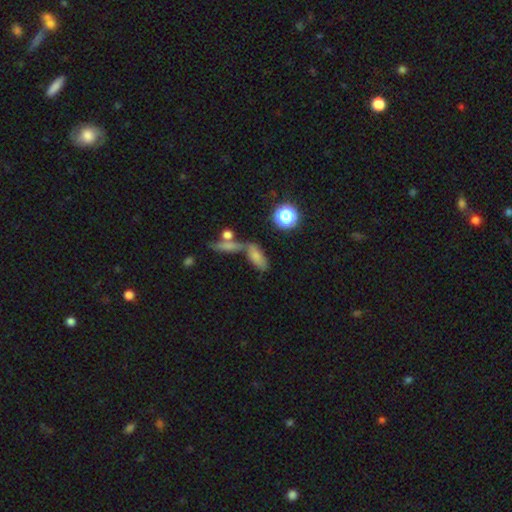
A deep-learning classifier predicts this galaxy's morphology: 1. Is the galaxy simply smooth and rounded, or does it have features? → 71% smooth, 15% featured or disk, 14% star or artifact.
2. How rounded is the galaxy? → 65% in between, 29% cigar-shaped, 6% round.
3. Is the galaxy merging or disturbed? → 42% none, 36% merger, 14% minor disturbance, 8% major disturbance.